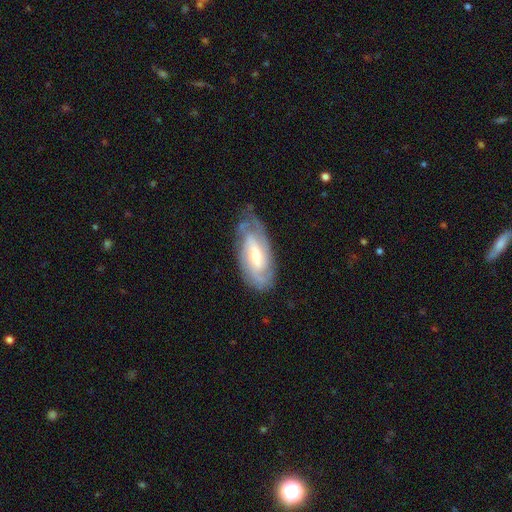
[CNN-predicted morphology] Smooth or featured: featured or disk — 76% (smooth — 18%)
Edge-on disk: no — 91% (yes — 9%)
Bar: weak — 45% (no — 29%)
Spiral arms: yes — 90% (no — 10%)
Spiral winding: tight — 54% (medium — 35%)
Spiral arm count: 2 — 45% (can't tell — 32%)
Bulge size: moderate — 53% (small — 39%)
Merging: none — 68% (minor disturbance — 23%)